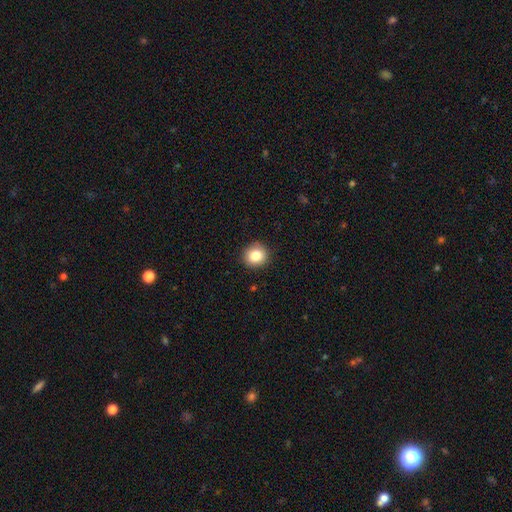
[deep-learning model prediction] Morphology: type=smooth (84%); roundness=round (88%); merging=none (90%).